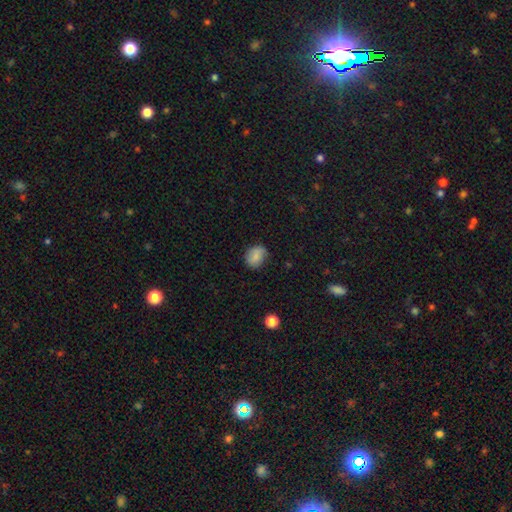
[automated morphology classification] The model was most divided on "how rounded": round: 54%, in between: 45%, cigar-shaped: 1%. More confident: smooth or featured — smooth (84%); merging — none (75%).